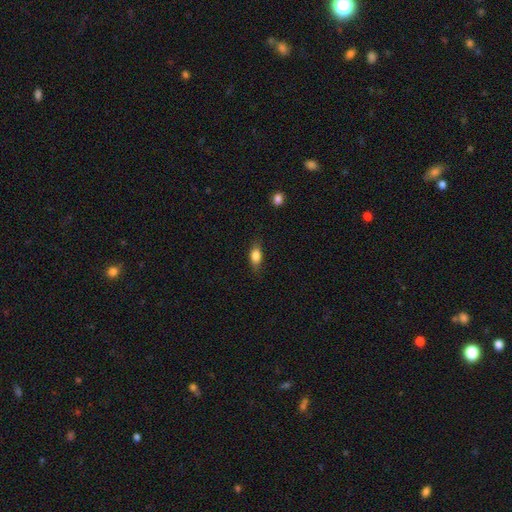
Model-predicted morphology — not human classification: type=smooth (81%); roundness=in between (79%); merging=none (80%).